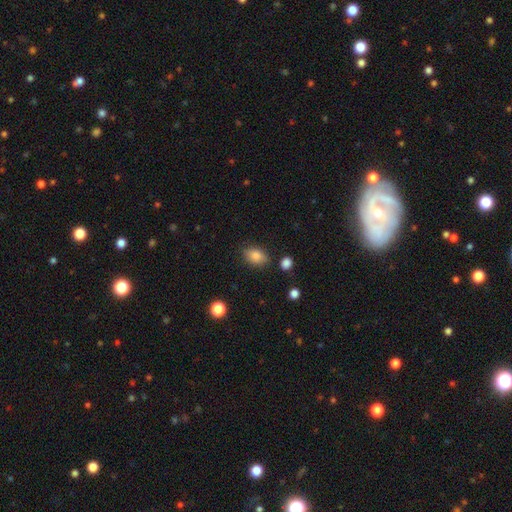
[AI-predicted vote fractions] Overall: smooth (85%). How rounded: in between (81%). Merging: none (78%).